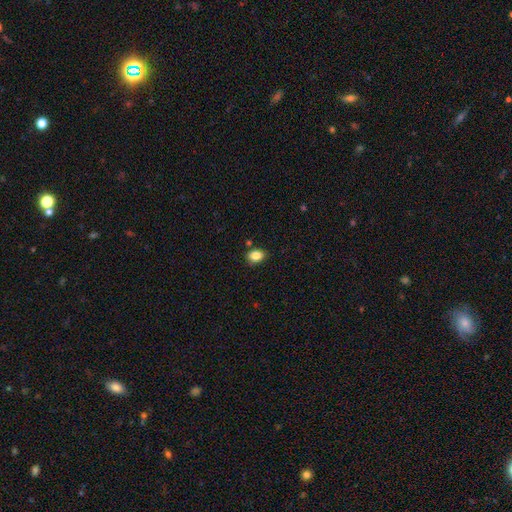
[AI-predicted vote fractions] smooth-or-featured: smooth: 86% | star or artifact: 9% | featured or disk: 5%
  how-rounded: in between: 72% | round: 27% | cigar-shaped: 1%
  merging: none: 81% | minor disturbance: 13% | merger: 3% | major disturbance: 3%